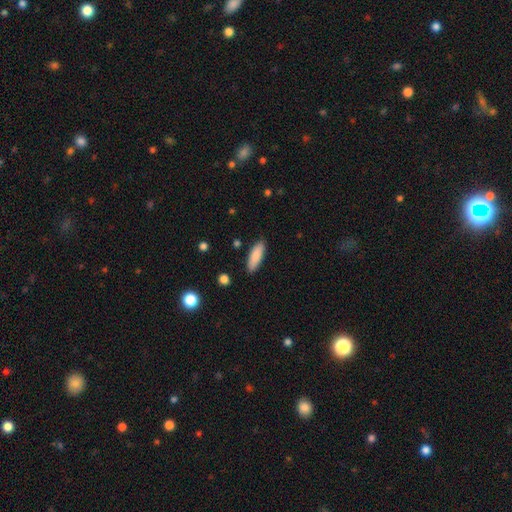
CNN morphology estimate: smooth 87%, featured or disk 7%, star or artifact 6%. Down the decision tree: how rounded — in between (57%); merging — none (86%).